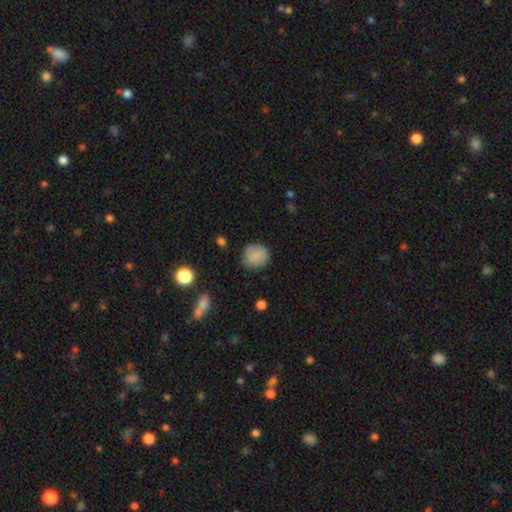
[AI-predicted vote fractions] Overall: smooth (86%). How rounded: round (89%). Merging: none (85%).